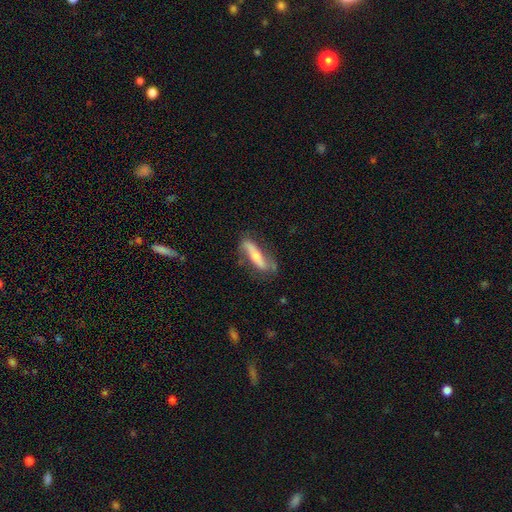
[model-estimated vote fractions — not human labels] Smooth or featured?
  - featured or disk: 52% *
  - smooth: 42%
  - star or artifact: 6%
Edge-on disk?
  - yes: 54% *
  - no: 46%
Merging?
  - none: 66% *
  - minor disturbance: 23%
  - major disturbance: 8%
  - merger: 3%